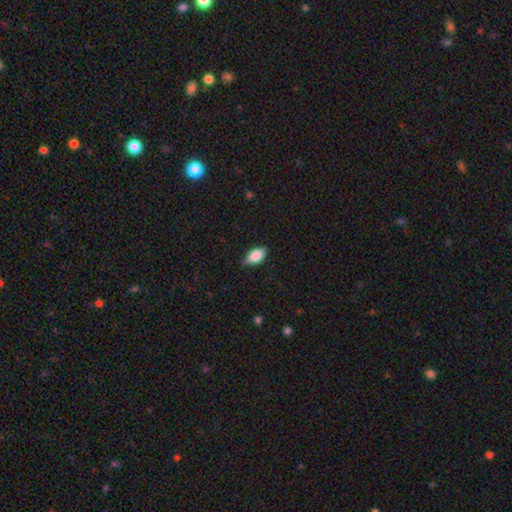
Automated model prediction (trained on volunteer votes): Smooth or featured: smooth — 82% (featured or disk — 11%)
How rounded: in between — 90% (cigar-shaped — 5%)
Merging: none — 79% (minor disturbance — 17%)